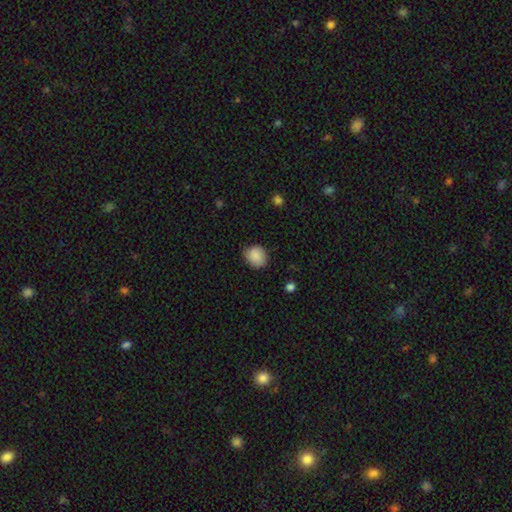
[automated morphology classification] Smooth or featured: smooth — 85% (star or artifact — 8%)
How rounded: round — 70% (in between — 29%)
Merging: none — 76% (minor disturbance — 20%)